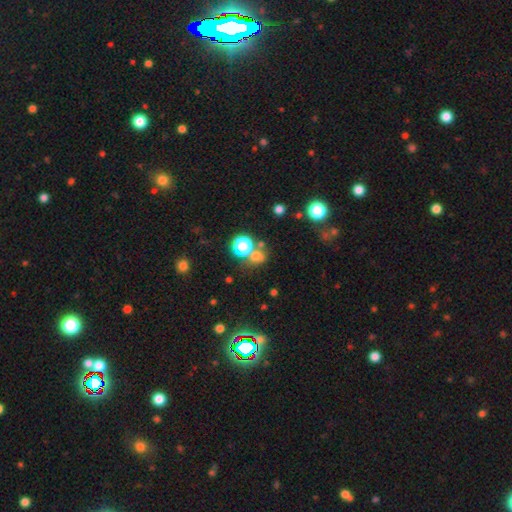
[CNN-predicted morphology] A smooth galaxy with no disk features (58%) that is round (72%).

Vote fractions:
- Smooth or featured? smooth: 58% / star or artifact: 33% / featured or disk: 9%
- How rounded? round: 72% / in between: 27% / cigar-shaped: 2%
- Merging? none: 57% / merger: 26% / minor disturbance: 10% / major disturbance: 6%